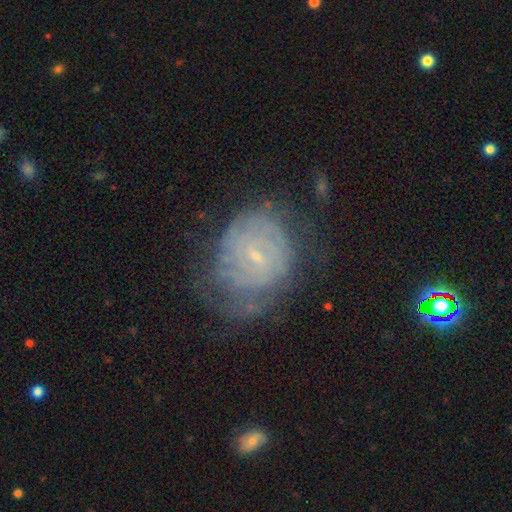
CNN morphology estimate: This appears to be a featured or disk galaxy (73%) with a weak bar (47%), tight (72%) spiral arms (84%) and a small central bulge (82%). Merging: none (56%).